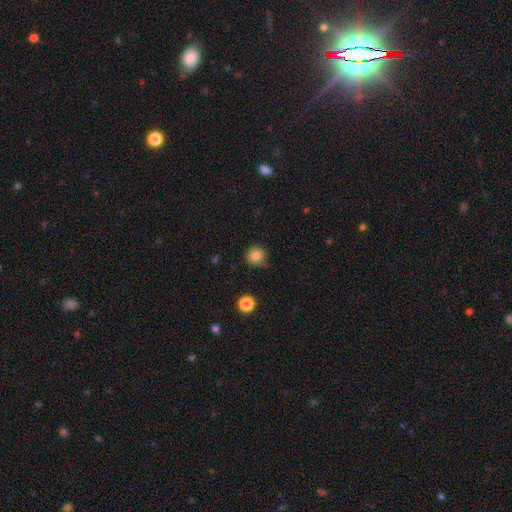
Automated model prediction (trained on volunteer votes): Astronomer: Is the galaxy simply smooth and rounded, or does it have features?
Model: smooth — 82%.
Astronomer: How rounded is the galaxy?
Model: round — 92%.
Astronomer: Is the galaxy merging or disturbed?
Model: none — 80%.